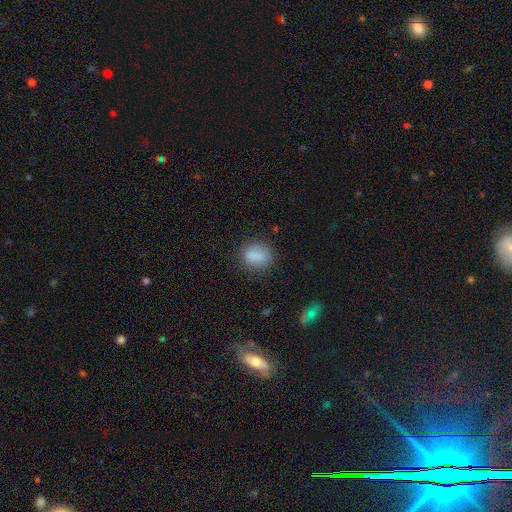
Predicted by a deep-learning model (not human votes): Smooth or featured: smooth — 84% (star or artifact — 9%)
How rounded: in between — 54% (round — 43%)
Merging: none — 79% (minor disturbance — 14%)